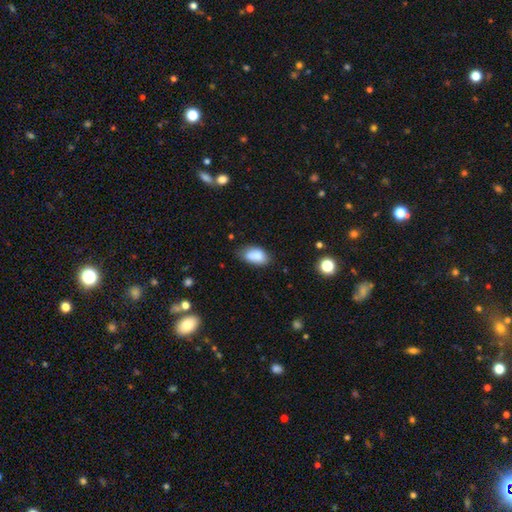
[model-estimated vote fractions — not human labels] A smooth galaxy with no disk features (86%) that is in between round and cigar-shaped (92%).

Vote fractions:
- Smooth or featured? smooth: 86% / star or artifact: 8% / featured or disk: 6%
- How rounded? in between: 92% / round: 6% / cigar-shaped: 2%
- Merging? none: 64% / minor disturbance: 28% / major disturbance: 5% / merger: 3%